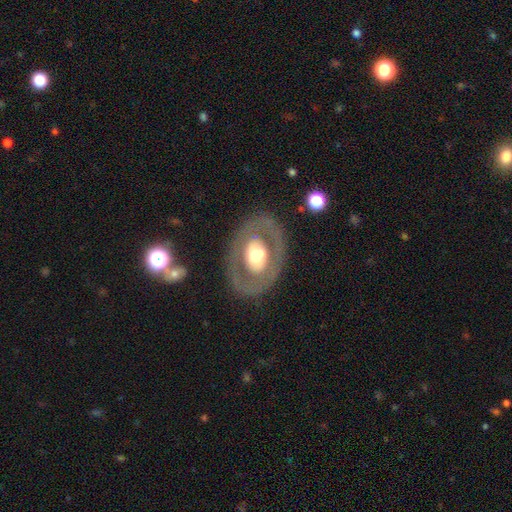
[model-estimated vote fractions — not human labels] This appears to be a featured or disk galaxy (59%) with no bar (70%), no spiral arms (87%) and a moderate central bulge (52%). Merging: none (77%).